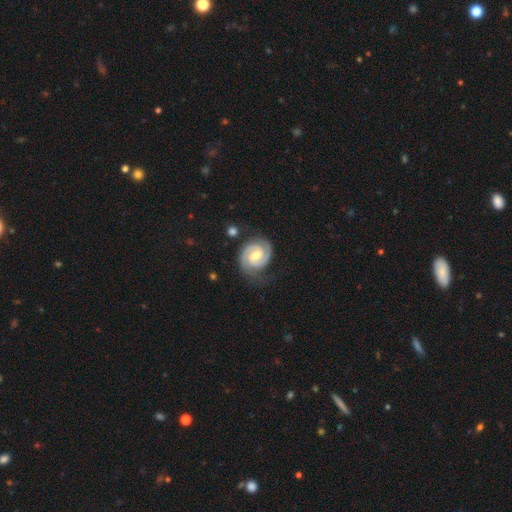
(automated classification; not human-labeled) Morphology: type=featured or disk (92%); edge-on=no (98%); bar=weak (47%); spiral arms=yes (99%); winding=tight (67%); arm count=2 (92%); bulge=moderate (60%); merging=none (76%).